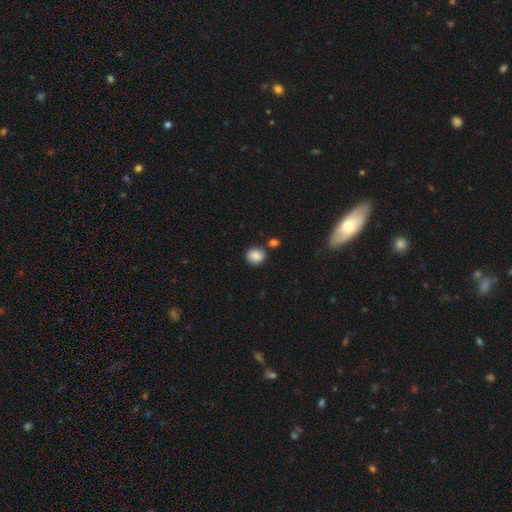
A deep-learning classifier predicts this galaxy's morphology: Smooth or featured? Predicted: smooth (p=0.83). How rounded? Predicted: round (p=0.78). Merging? Predicted: none (p=0.75).